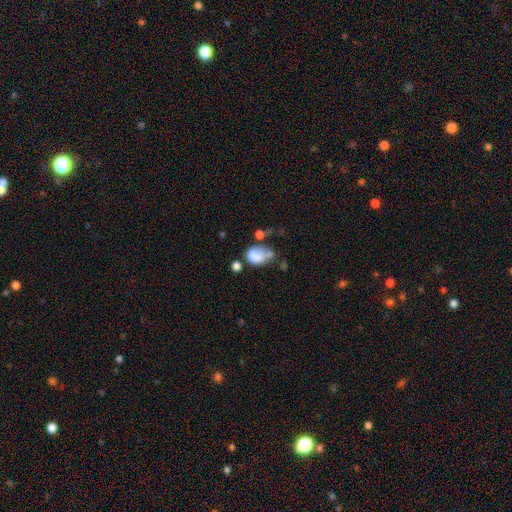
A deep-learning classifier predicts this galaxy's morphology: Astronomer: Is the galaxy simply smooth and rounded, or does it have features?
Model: smooth — 72%.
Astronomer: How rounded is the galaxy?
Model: in between — 68%.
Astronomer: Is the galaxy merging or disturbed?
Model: merger — 33% (runner-up: none, 23%).